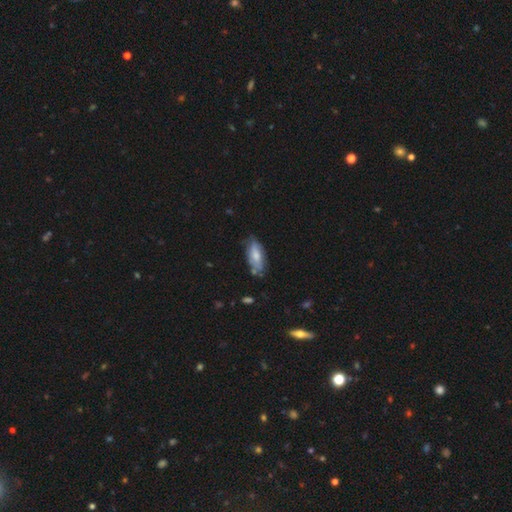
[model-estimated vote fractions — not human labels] smooth_or_featured: smooth (p=0.69) [alt: featured or disk p=0.25]
how_rounded: in between (p=0.81) [alt: cigar-shaped p=0.17]
merging: none (p=0.63) [alt: minor disturbance p=0.27]